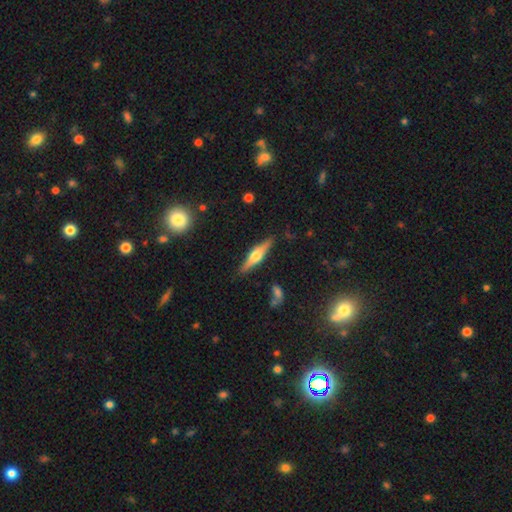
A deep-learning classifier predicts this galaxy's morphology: This is likely a featured or disk galaxy (64%). It is clearly viewed edge-on (96%). Edge-on bulge: clearly rounded (92%). Merging: clearly none (86%).